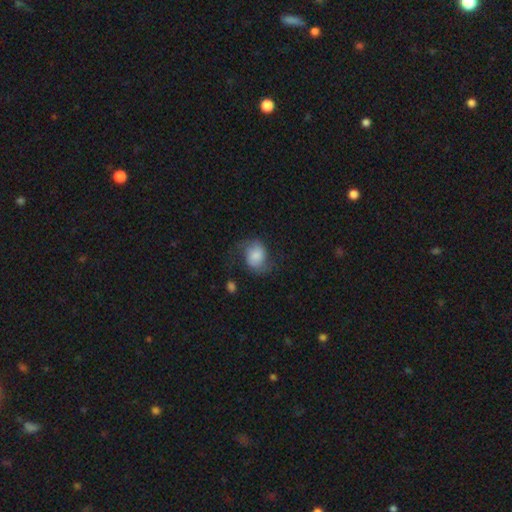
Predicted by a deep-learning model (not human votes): Overall: smooth (56%; featured or disk 36%). How rounded: round (51%; in between 47%). Merging: none (54%; minor disturbance 24%).